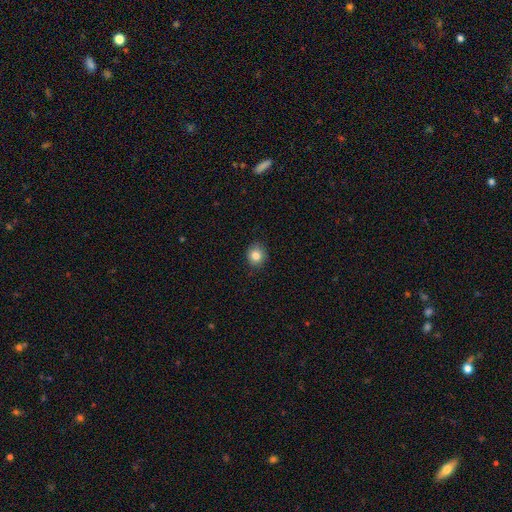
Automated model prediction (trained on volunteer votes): The model was most divided on "how rounded": round: 82%, in between: 17%, cigar-shaped: 1%. More confident: merging — none (87%); smooth or featured — smooth (83%).